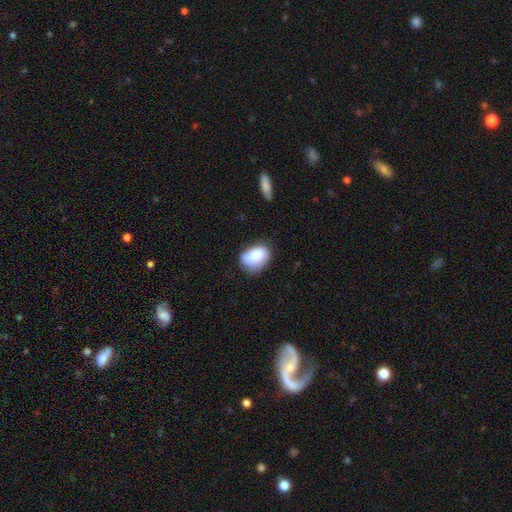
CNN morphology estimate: Smooth or featured: smooth — 79% (featured or disk — 14%)
How rounded: in between — 80% (round — 19%)
Merging: none — 57% (minor disturbance — 32%)